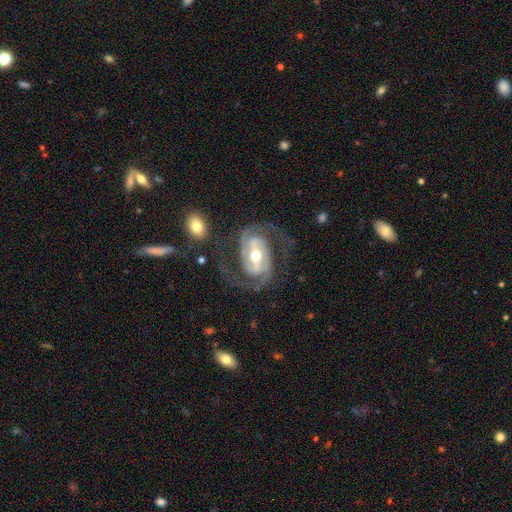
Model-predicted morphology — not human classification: This is clearly a featured or disk galaxy (92%). It is clearly not viewed edge-on (97%). Bar: possibly strong (51%). Spiral arm pattern: clearly yes (98%). Spiral arm count: clearly 2 (91%). Spiral winding: possibly medium (57%). Central bulge: likely moderate (68%). Merging: likely none (72%).